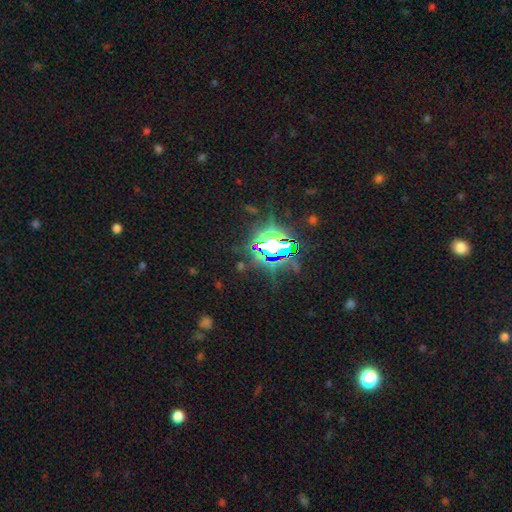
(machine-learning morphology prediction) Q: Smooth or featured?
A: star or artifact (80%); runner-up: smooth (11%)